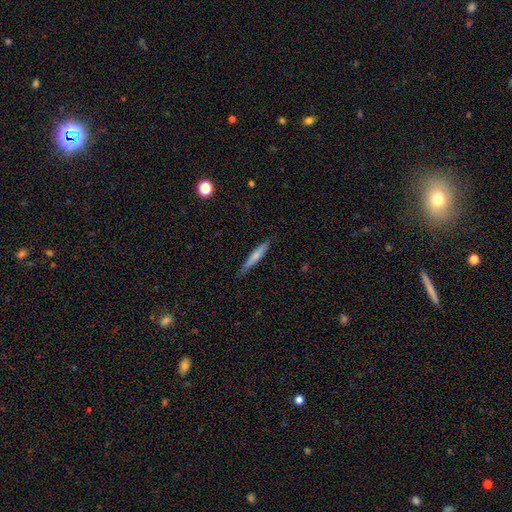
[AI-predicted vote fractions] This appears to be a smooth galaxy with no disk features (62%) that is cigar-shaped (93%). Merging: none (85%).